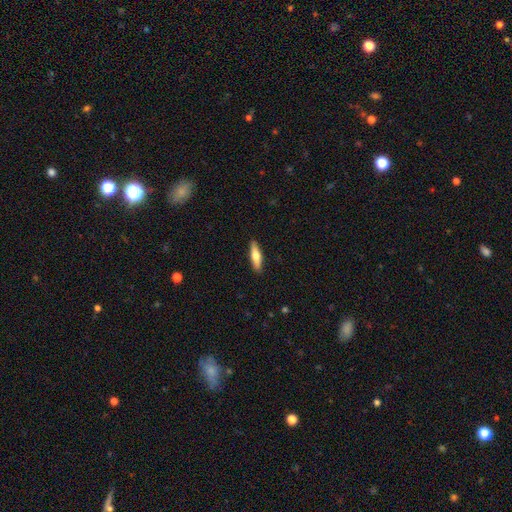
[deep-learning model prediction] This is possibly a smooth galaxy (60%). How rounded: likely cigar-shaped (68%). Merging: clearly none (90%).